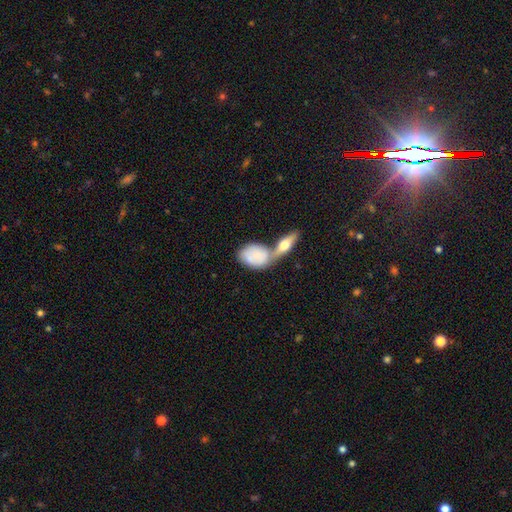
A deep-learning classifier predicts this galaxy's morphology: A smooth galaxy with no disk features (68%) that is in between round and cigar-shaped (83%). Merging: merger (56%).